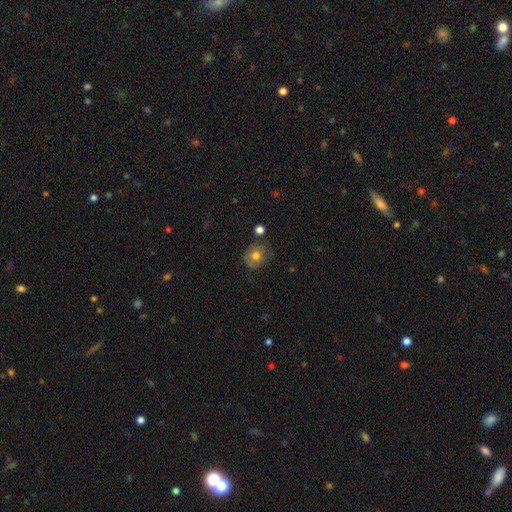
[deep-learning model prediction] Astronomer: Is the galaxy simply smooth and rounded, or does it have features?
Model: smooth — 65%.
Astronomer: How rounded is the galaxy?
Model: round — 74%.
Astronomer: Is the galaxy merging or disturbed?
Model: none — 69%.